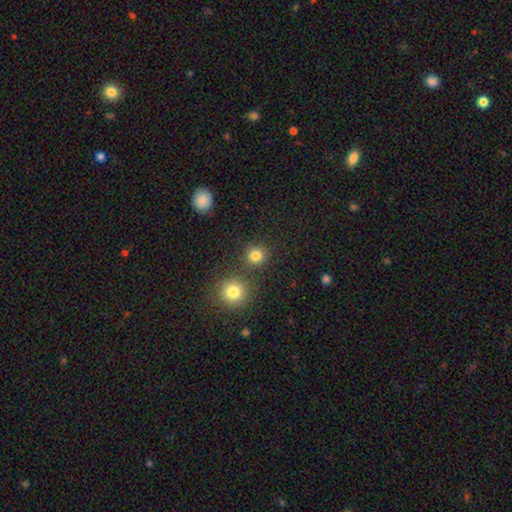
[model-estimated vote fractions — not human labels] smooth_or_featured: smooth (p=0.82) [alt: star or artifact p=0.14]
how_rounded: round (p=0.92) [alt: in between p=0.07]
merging: none (p=0.81) [alt: merger p=0.09]